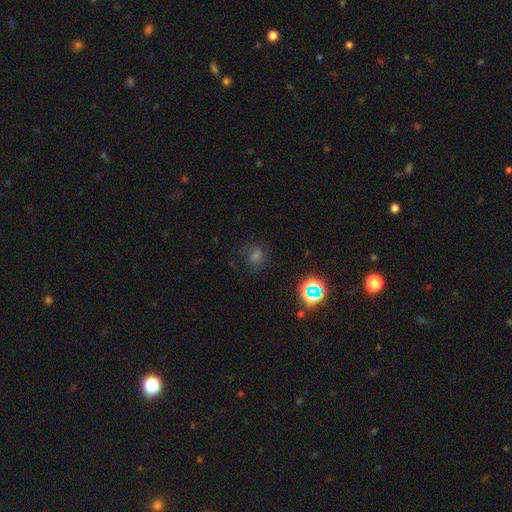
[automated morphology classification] A smooth galaxy with no disk features (43%).

Vote fractions:
- Smooth or featured? smooth: 43% / star or artifact: 39% / featured or disk: 18%
- Merging? none: 67% / minor disturbance: 18% / major disturbance: 12% / merger: 3%